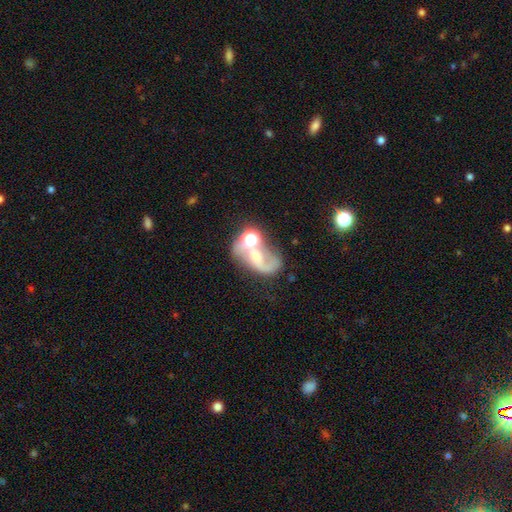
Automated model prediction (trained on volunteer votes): smooth_or_featured: featured or disk (p=0.61) [alt: smooth p=0.24]
disk_edge_on: no (p=0.97) [alt: yes p=0.03]
bar: no (p=0.61) [alt: weak p=0.28]
has_spiral_arms: yes (p=0.73) [alt: no p=0.27]
bulge_size: moderate (p=0.45) [alt: small p=0.29]
merging: merger (p=0.41) [alt: none p=0.25]